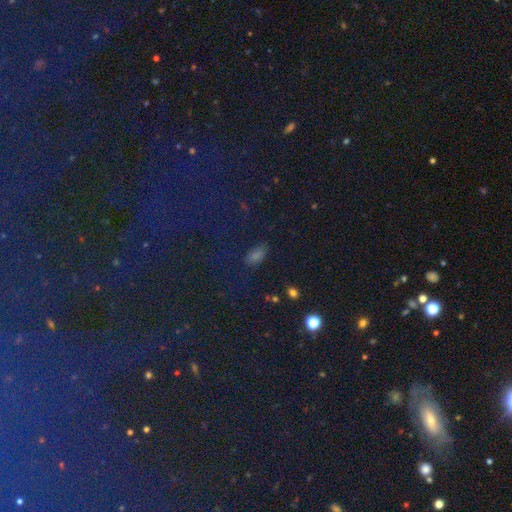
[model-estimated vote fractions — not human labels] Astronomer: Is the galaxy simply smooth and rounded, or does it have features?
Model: smooth — 60%.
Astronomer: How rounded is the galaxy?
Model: in between — 85%.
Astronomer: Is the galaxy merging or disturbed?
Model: none — 79%.